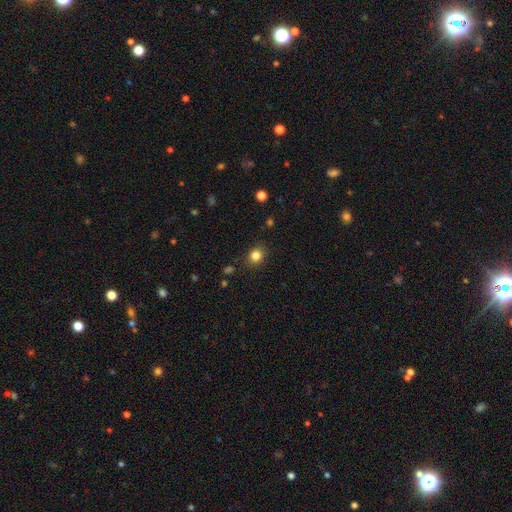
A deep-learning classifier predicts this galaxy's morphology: This appears to be a smooth galaxy with no disk features (83%) that is round (71%). Merging: none (87%).